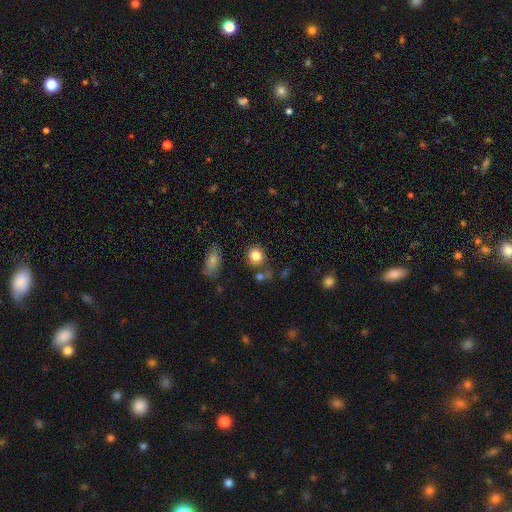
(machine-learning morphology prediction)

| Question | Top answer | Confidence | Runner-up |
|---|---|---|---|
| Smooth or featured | smooth | 83% | star or artifact (11%) |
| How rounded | round | 79% | in between (19%) |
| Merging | none | 76% | minor disturbance (12%) |